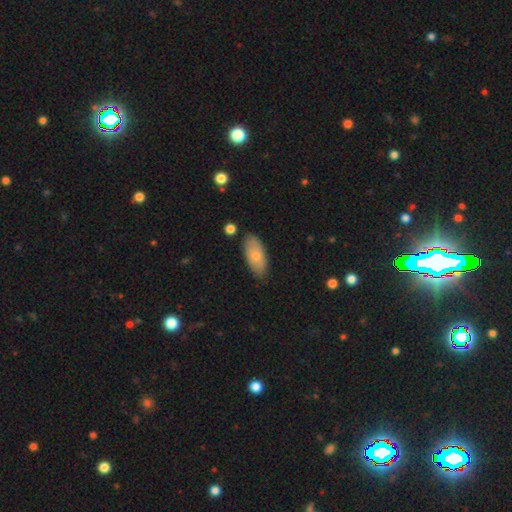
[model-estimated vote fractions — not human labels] smooth-or-featured: smooth: 73% | featured or disk: 22% | star or artifact: 6%
  how-rounded: in between: 90% | cigar-shaped: 7% | round: 3%
  merging: none: 80% | minor disturbance: 15% | major disturbance: 3% | merger: 2%